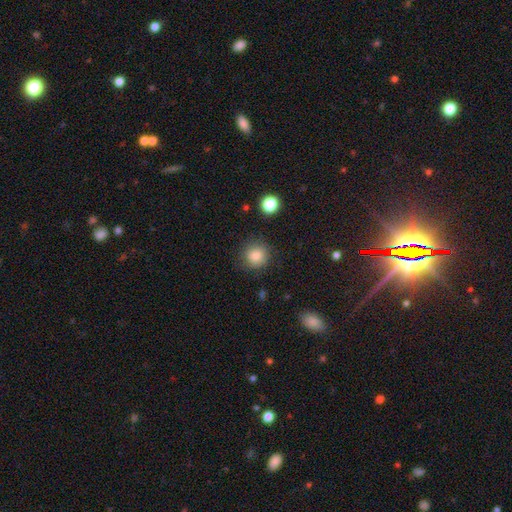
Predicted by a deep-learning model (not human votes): Q: Smooth or featured?
A: smooth (84%); runner-up: star or artifact (10%)
Q: How rounded?
A: round (92%); runner-up: in between (7%)
Q: Merging?
A: none (84%); runner-up: minor disturbance (11%)